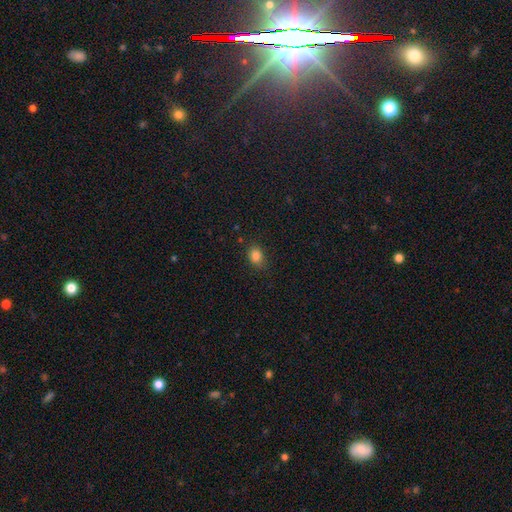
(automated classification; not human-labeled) This appears to be a smooth galaxy with no disk features (84%) that is in between round and cigar-shaped (60%). Merging: none (78%).